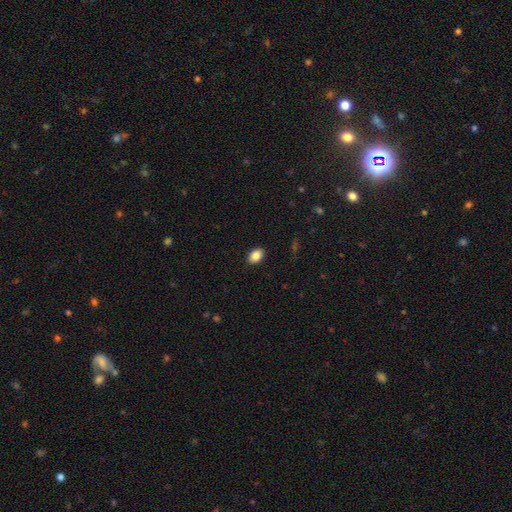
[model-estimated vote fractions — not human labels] Smooth or featured? smooth (86%)
How rounded? in between (80%)
Merging? none (89%)